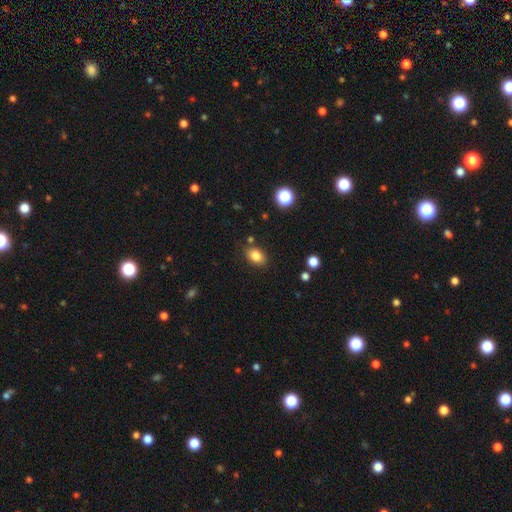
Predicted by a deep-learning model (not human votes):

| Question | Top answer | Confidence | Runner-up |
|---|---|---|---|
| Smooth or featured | smooth | 84% | star or artifact (10%) |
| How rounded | in between | 78% | round (20%) |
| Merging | none | 83% | minor disturbance (11%) |